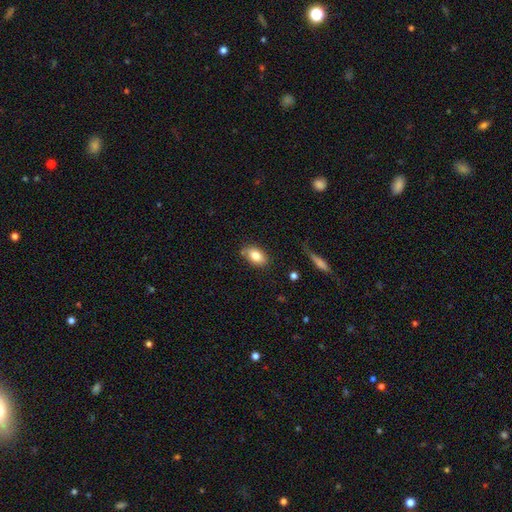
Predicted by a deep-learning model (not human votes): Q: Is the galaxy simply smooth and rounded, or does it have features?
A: smooth — 82%.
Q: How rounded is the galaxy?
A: in between — 89%.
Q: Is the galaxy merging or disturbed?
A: none — 79%.